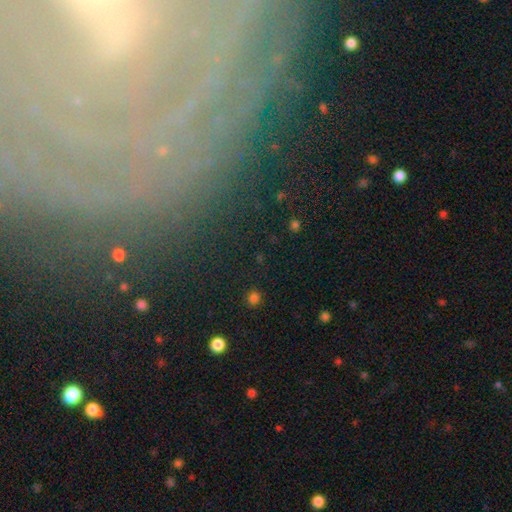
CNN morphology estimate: smooth_or_featured: featured or disk (p=0.50) [alt: star or artifact p=0.30]
disk_edge_on: no (p=0.77) [alt: yes p=0.23]
merging: none (p=0.80) [alt: minor disturbance p=0.10]